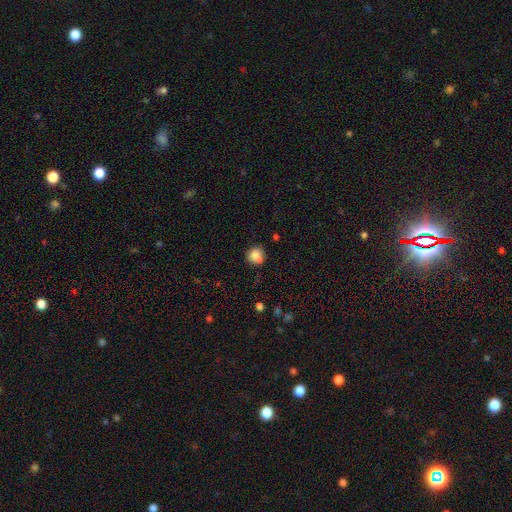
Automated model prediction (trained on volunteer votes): A smooth galaxy with no disk features (83%) that is round (85%).

Vote fractions:
- Smooth or featured? smooth: 83% / star or artifact: 10% / featured or disk: 7%
- How rounded? round: 85% / in between: 14% / cigar-shaped: 1%
- Merging? none: 71% / minor disturbance: 19% / merger: 6% / major disturbance: 4%